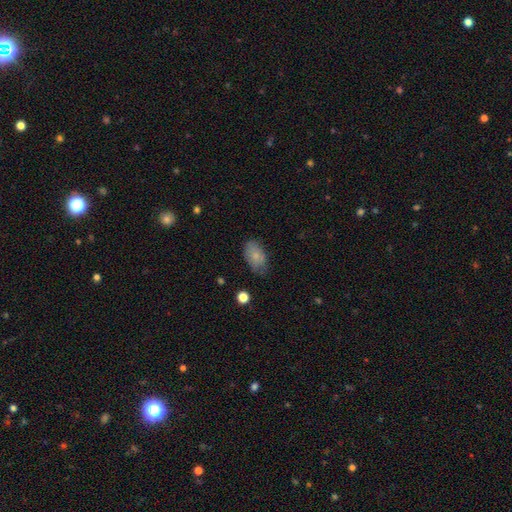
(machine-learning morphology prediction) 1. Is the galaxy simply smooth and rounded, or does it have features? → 78% smooth, 14% featured or disk, 8% star or artifact.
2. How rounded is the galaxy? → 91% in between, 7% round, 2% cigar-shaped.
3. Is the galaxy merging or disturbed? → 69% none, 24% minor disturbance, 5% major disturbance, 2% merger.